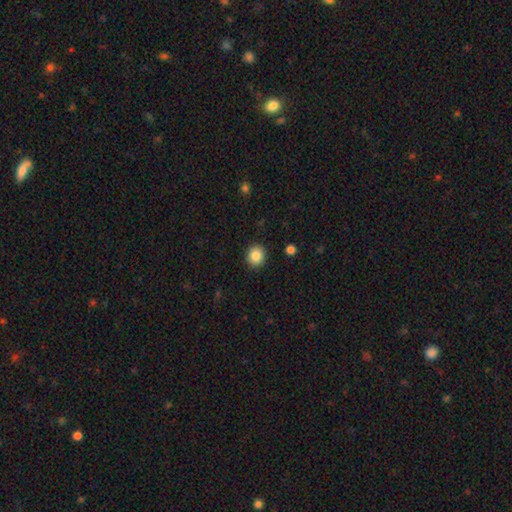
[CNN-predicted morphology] A smooth galaxy with no disk features (86%) that is round (82%). Merging: none (91%).